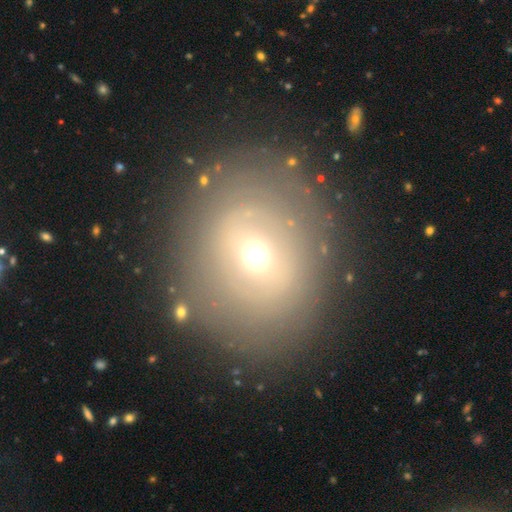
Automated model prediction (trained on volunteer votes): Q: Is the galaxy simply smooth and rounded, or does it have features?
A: smooth — 49%.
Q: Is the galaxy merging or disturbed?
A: none — 81%.